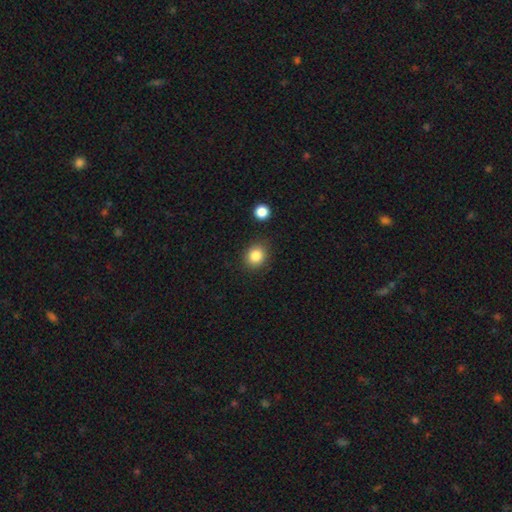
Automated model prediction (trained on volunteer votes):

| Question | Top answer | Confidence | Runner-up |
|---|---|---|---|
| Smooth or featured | smooth | 85% | star or artifact (10%) |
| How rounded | round | 74% | in between (25%) |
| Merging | none | 85% | minor disturbance (10%) |